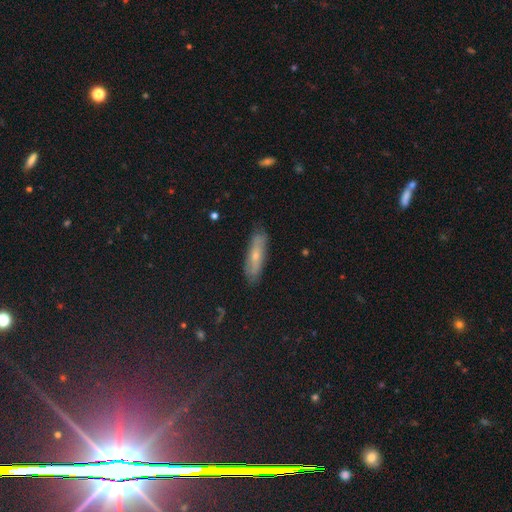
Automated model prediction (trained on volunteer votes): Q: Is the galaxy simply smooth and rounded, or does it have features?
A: smooth — 49%.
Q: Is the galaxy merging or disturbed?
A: none — 82%.